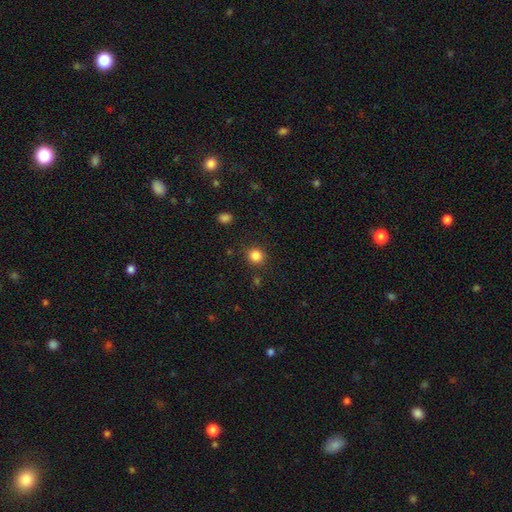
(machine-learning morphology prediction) Smooth or featured?
  - smooth: 84% *
  - star or artifact: 12%
  - featured or disk: 4%
How rounded?
  - round: 88% *
  - in between: 11%
  - cigar-shaped: 1%
Merging?
  - none: 88% *
  - minor disturbance: 7%
  - major disturbance: 3%
  - merger: 2%